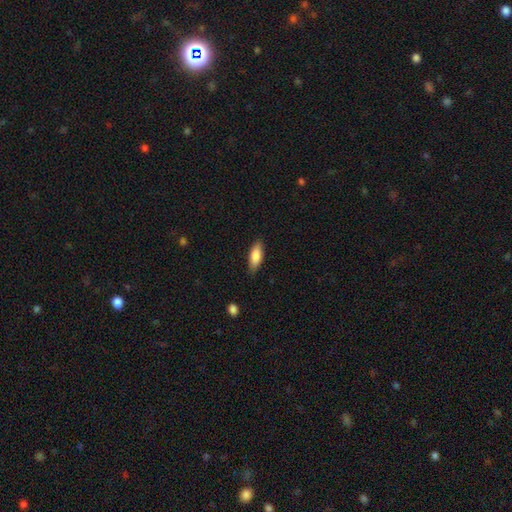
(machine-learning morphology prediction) smooth_or_featured: smooth (p=0.84) [alt: featured or disk p=0.10]
how_rounded: in between (p=0.73) [alt: cigar-shaped p=0.25]
merging: none (p=0.83) [alt: minor disturbance p=0.13]